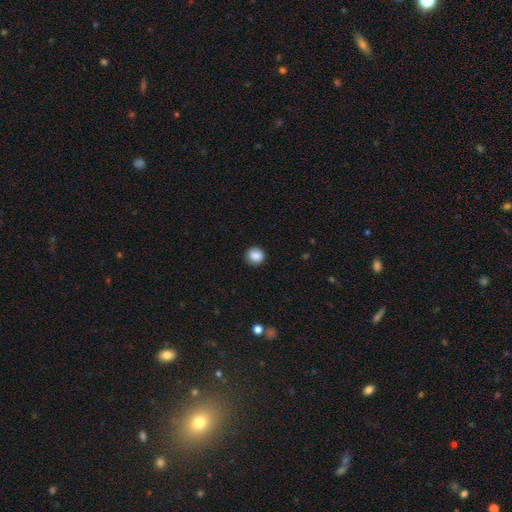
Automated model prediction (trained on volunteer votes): Smooth or featured? Predicted: smooth (p=0.86). How rounded? Predicted: round (p=0.81). Merging? Predicted: none (p=0.85).